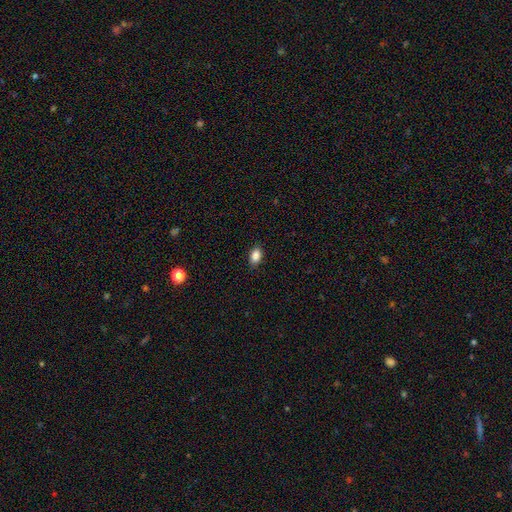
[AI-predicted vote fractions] Smooth or featured? Predicted: smooth (p=0.87). How rounded? Predicted: in between (p=0.87). Merging? Predicted: none (p=0.89).